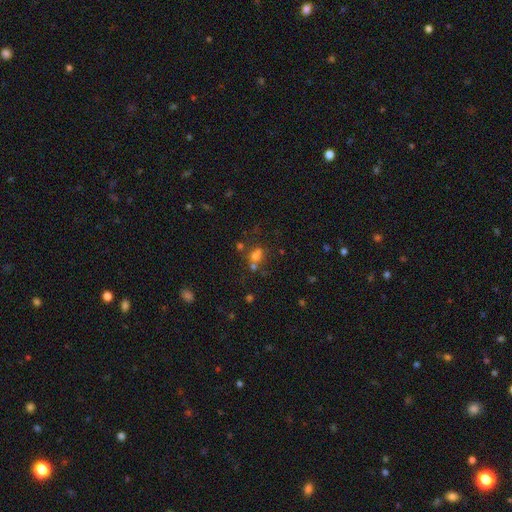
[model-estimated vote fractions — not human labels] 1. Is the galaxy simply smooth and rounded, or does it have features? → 59% smooth, 25% star or artifact, 15% featured or disk.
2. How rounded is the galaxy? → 60% round, 38% in between, 2% cigar-shaped.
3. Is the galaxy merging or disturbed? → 42% none, 41% merger, 11% minor disturbance, 7% major disturbance.